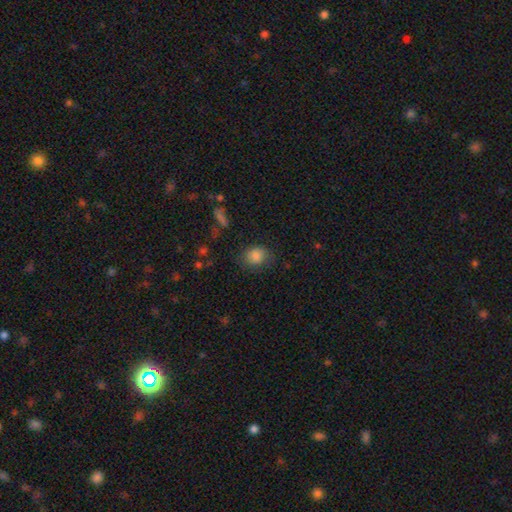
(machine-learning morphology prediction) Q: Smooth or featured?
A: smooth (85%); runner-up: star or artifact (10%)
Q: How rounded?
A: round (60%); runner-up: in between (39%)
Q: Merging?
A: none (73%); runner-up: minor disturbance (19%)